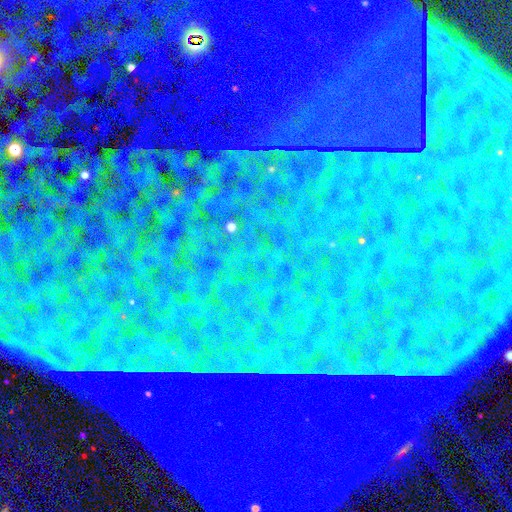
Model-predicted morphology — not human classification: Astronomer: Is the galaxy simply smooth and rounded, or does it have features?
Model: star or artifact — 82%.